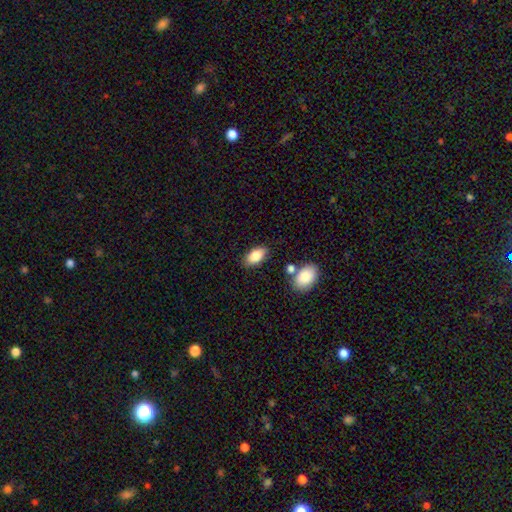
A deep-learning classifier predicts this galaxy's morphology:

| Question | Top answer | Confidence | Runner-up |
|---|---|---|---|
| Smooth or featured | smooth | 84% | featured or disk (8%) |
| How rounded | in between | 93% | round (4%) |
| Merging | none | 81% | minor disturbance (11%) |